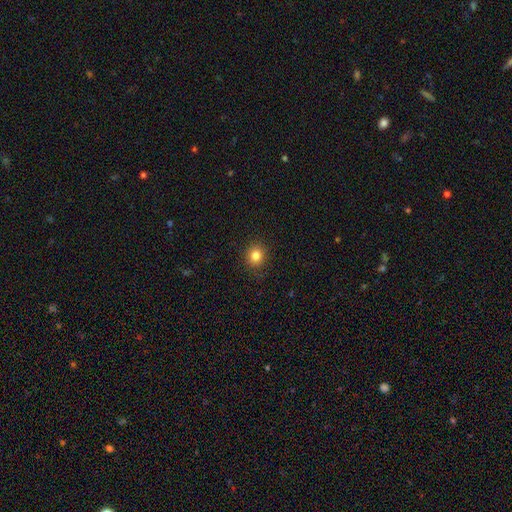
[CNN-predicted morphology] type=smooth (83%); roundness=round (85%); merging=none (90%).